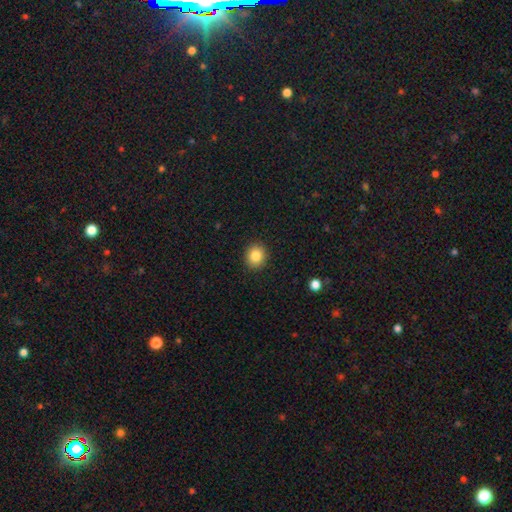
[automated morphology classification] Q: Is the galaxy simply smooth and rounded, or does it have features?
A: smooth — 85%.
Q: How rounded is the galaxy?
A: round — 81%.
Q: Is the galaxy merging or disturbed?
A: none — 91%.